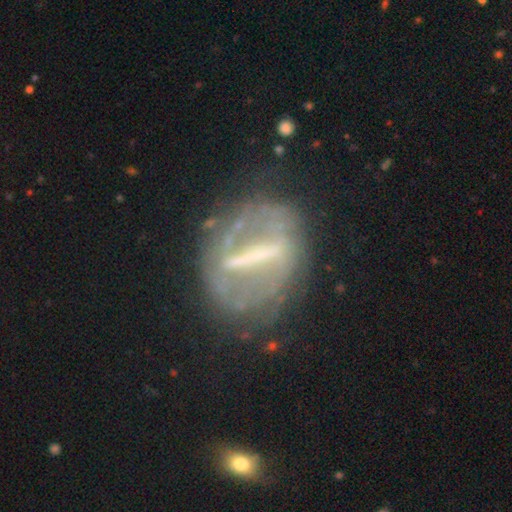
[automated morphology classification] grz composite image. It shows a featured or disk galaxy (77%) with a strong bar (82%), no spiral arms (61%) and no central bulge (43%). Merging: none (69%).